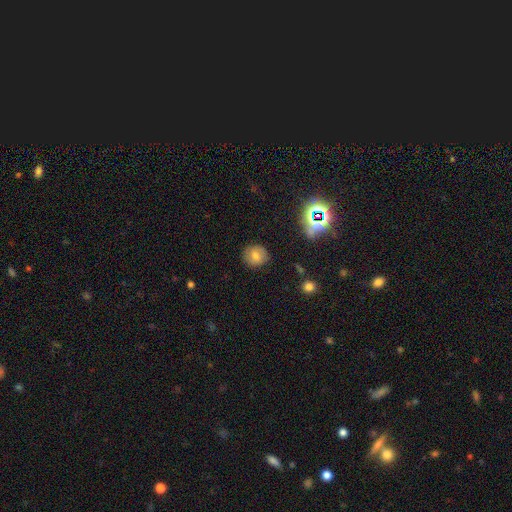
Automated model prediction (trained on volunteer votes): This is likely a smooth galaxy (71%). How rounded: clearly round (82%). Merging: clearly none (85%).